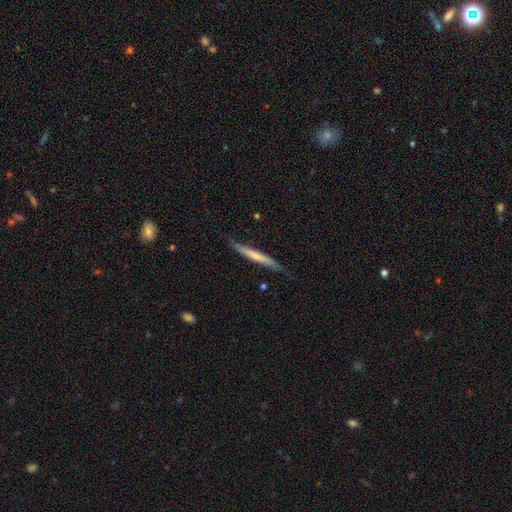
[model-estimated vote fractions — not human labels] A smooth galaxy with no disk features (52%) that is cigar-shaped (95%).

Vote fractions:
- Smooth or featured? smooth: 52% / featured or disk: 43% / star or artifact: 5%
- How rounded? cigar-shaped: 95% / in between: 3% / round: 1%
- Merging? none: 77% / minor disturbance: 18% / major disturbance: 3% / merger: 2%